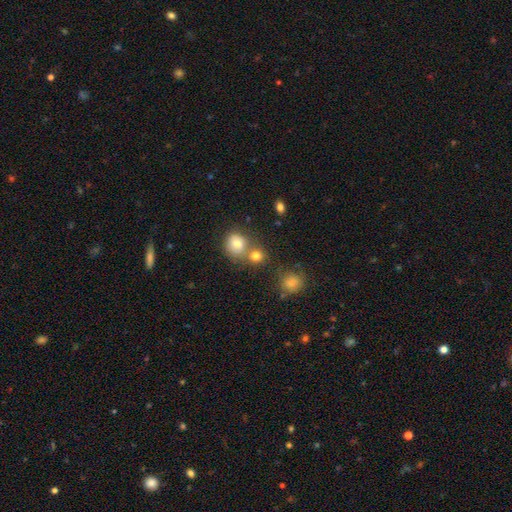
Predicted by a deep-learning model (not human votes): smooth_or_featured: smooth (p=0.78) [alt: star or artifact p=0.13]
how_rounded: round (p=0.77) [alt: in between p=0.21]
merging: none (p=0.50) [alt: merger p=0.38]